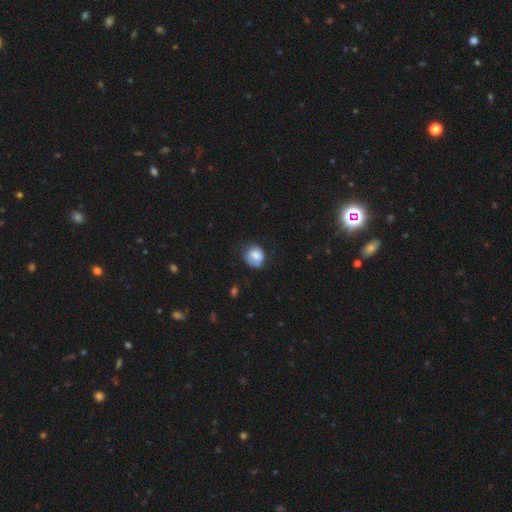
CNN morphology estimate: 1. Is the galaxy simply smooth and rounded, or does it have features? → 77% smooth, 14% featured or disk, 9% star or artifact.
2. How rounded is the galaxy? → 70% round, 29% in between, 1% cigar-shaped.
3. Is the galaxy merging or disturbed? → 52% none, 31% minor disturbance, 15% major disturbance, 2% merger.